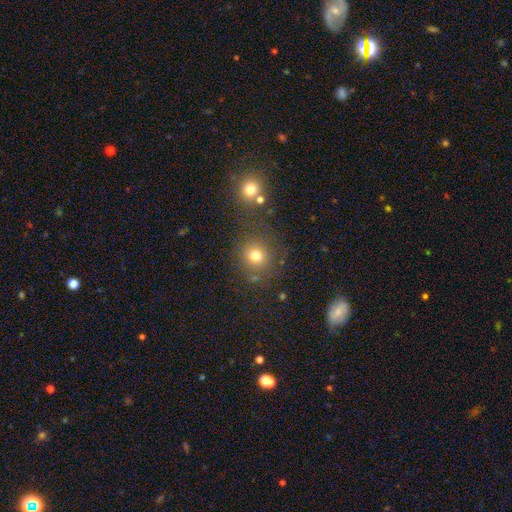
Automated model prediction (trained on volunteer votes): This is likely a smooth galaxy (75%). How rounded: clearly round (89%). Merging: likely none (77%).